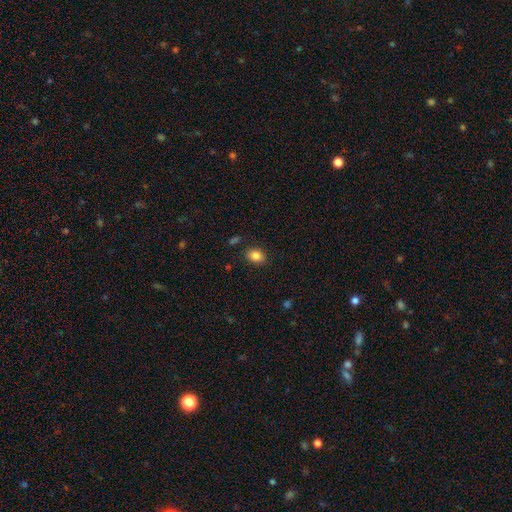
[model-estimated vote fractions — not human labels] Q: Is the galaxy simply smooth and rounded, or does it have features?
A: smooth — 85%.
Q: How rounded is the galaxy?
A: in between — 60%.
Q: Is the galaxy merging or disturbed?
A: none — 85%.